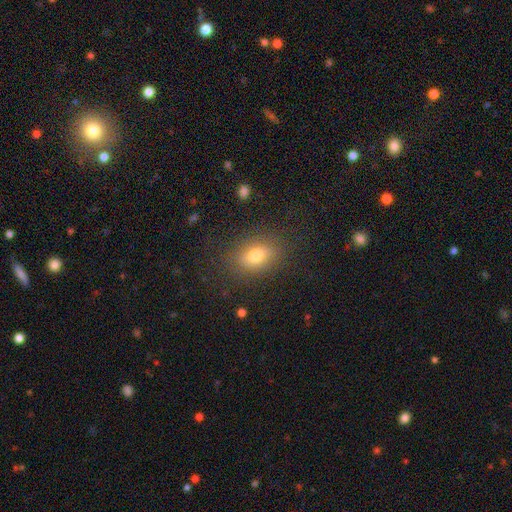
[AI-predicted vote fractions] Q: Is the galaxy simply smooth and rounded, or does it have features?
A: smooth — 75%.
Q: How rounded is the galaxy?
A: in between — 77%.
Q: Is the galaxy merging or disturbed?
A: none — 84%.